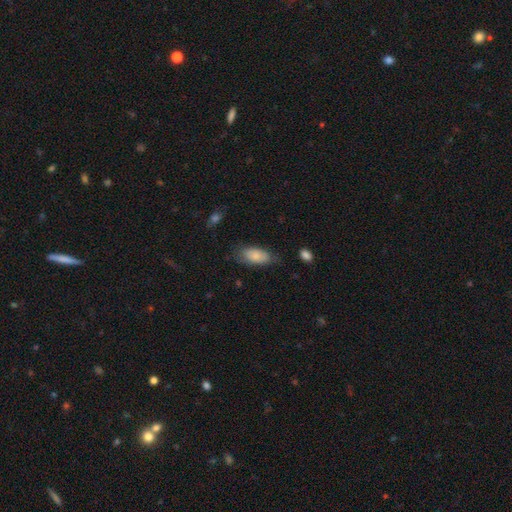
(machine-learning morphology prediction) type=smooth (81%); roundness=in between (89%); merging=none (69%).